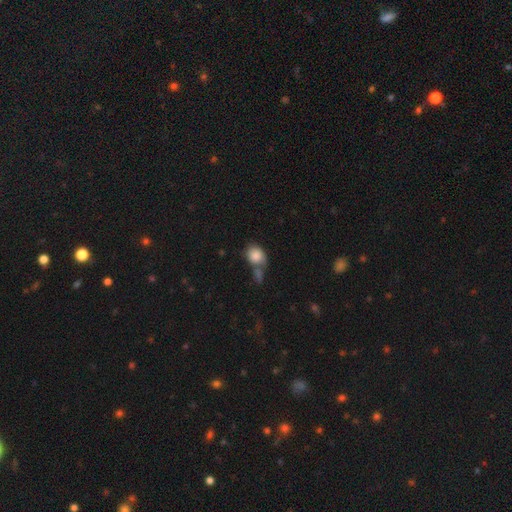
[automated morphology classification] Smooth or featured? Predicted: smooth (p=0.85). How rounded? Predicted: round (p=0.56). Merging? Predicted: none (p=0.39).